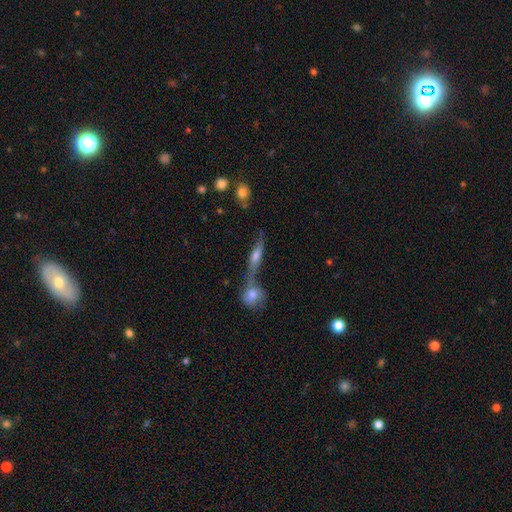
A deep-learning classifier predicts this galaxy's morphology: The model was most divided on "smooth or featured": smooth: 49%, featured or disk: 40%, star or artifact: 10%. More confident: merging — merger (51%).